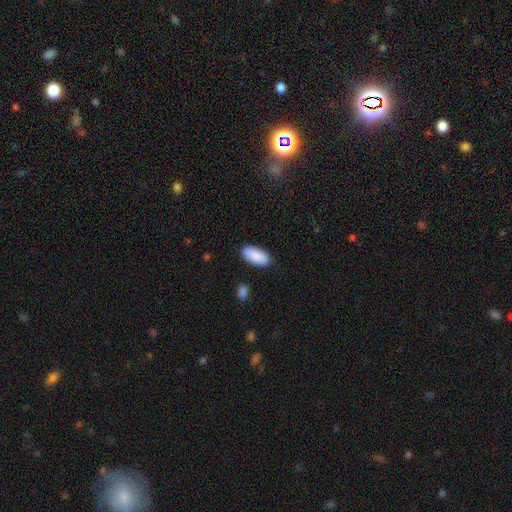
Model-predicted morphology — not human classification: The model was most divided on "merging": none: 86%, minor disturbance: 10%, major disturbance: 2%, merger: 2%. More confident: how rounded — in between (91%); smooth or featured — smooth (89%).